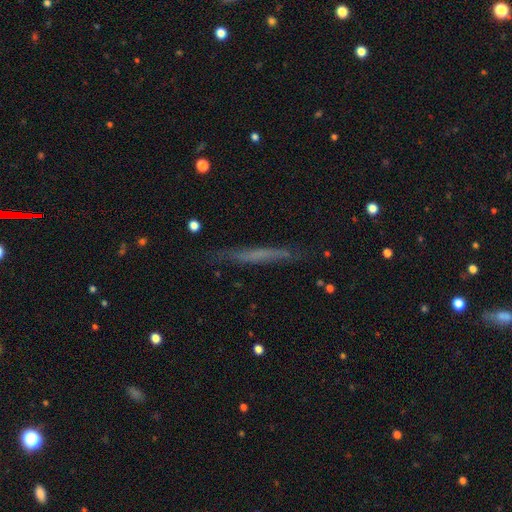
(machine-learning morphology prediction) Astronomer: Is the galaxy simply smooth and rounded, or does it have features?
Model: featured or disk — 48% (runner-up: smooth, 40%).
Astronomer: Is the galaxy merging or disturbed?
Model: none — 85%.